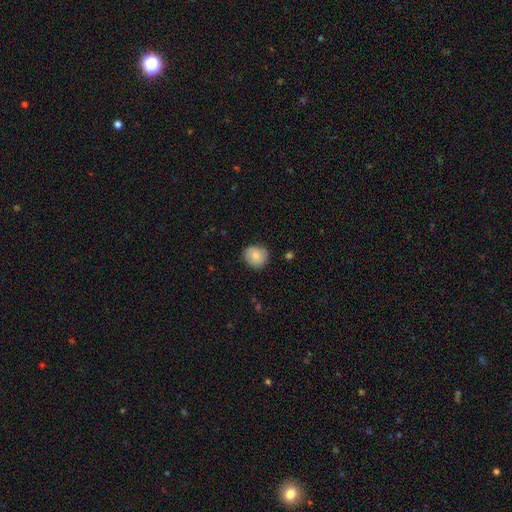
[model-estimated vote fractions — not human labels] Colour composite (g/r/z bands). It shows a smooth galaxy with no disk features (79%) that is round (83%). Merging: none (82%).